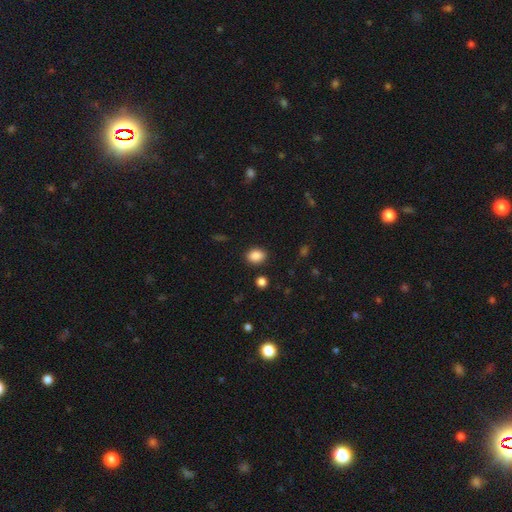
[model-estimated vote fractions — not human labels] A smooth galaxy with no disk features (87%) that is in between round and cigar-shaped (64%). Merging: none (86%).